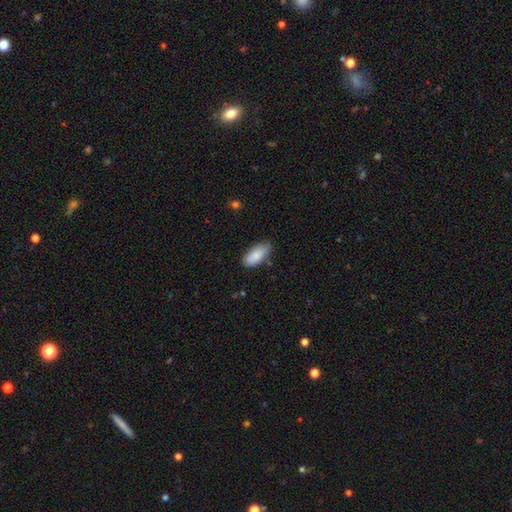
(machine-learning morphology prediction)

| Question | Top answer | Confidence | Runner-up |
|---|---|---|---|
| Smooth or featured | smooth | 84% | featured or disk (10%) |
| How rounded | in between | 88% | cigar-shaped (10%) |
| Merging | none | 74% | minor disturbance (20%) |